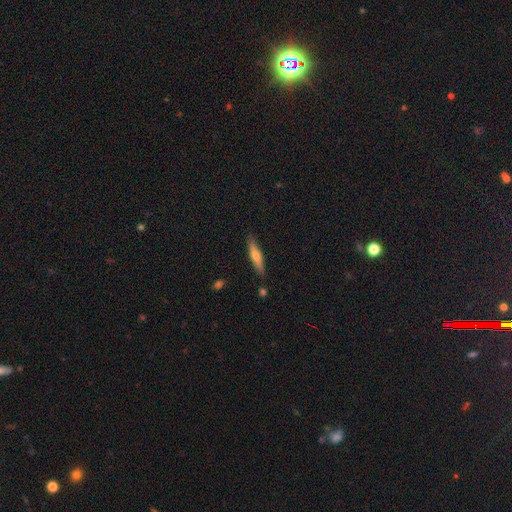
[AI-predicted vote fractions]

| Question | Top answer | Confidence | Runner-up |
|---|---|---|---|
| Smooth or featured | smooth | 49% | featured or disk (45%) |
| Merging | none | 87% | minor disturbance (9%) |